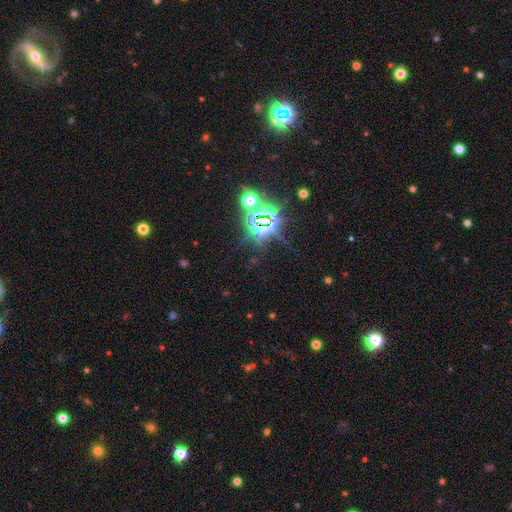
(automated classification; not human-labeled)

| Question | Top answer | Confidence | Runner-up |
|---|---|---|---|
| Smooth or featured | star or artifact | 82% | smooth (11%) |